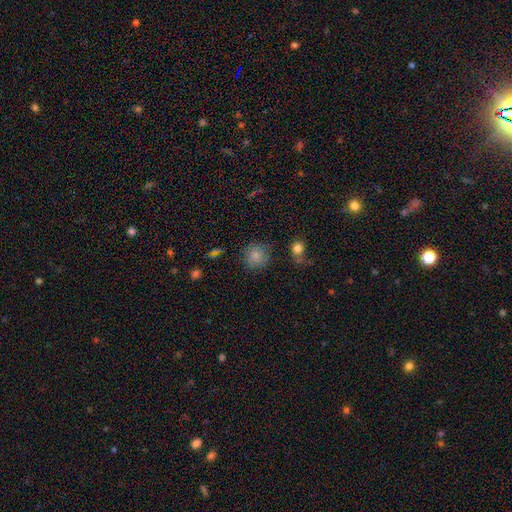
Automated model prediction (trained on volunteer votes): Smooth or featured: smooth — 81% (star or artifact — 11%)
How rounded: round — 88% (in between — 11%)
Merging: none — 76% (minor disturbance — 15%)